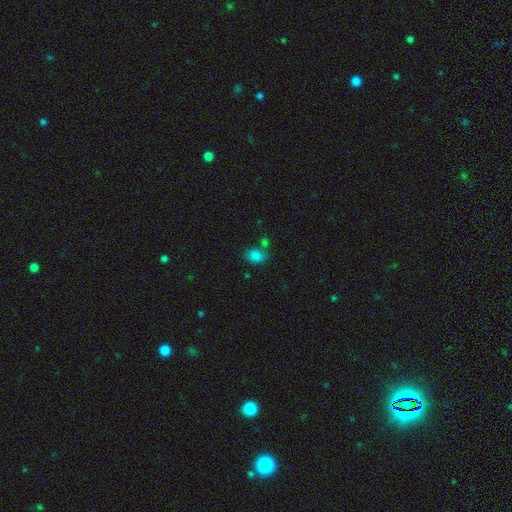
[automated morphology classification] smooth-or-featured: smooth: 82% | star or artifact: 13% | featured or disk: 5%
  how-rounded: in between: 64% | round: 35% | cigar-shaped: 1%
  merging: none: 62% | merger: 18% | minor disturbance: 14% | major disturbance: 5%